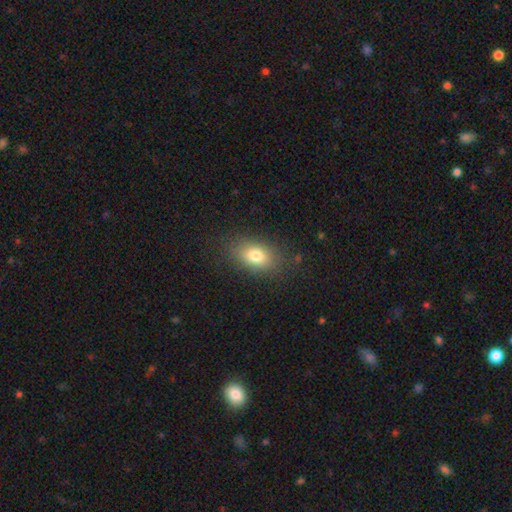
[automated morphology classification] Smooth or featured: smooth — 78% (featured or disk — 12%)
How rounded: in between — 82% (round — 16%)
Merging: none — 83% (minor disturbance — 11%)